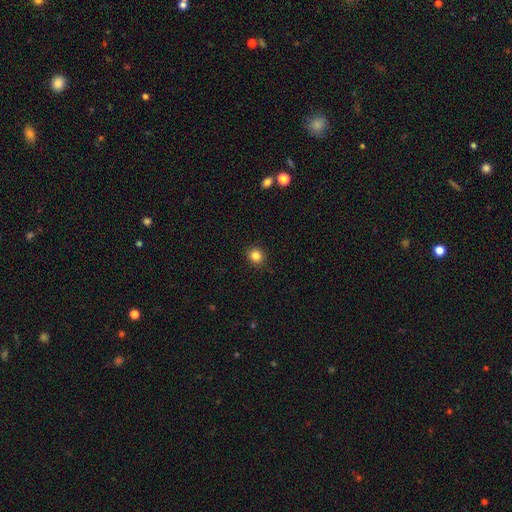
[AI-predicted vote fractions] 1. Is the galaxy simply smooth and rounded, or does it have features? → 84% smooth, 12% star or artifact, 5% featured or disk.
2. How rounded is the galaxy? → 85% round, 14% in between, 1% cigar-shaped.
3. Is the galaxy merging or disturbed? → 91% none, 6% minor disturbance, 2% major disturbance, 1% merger.